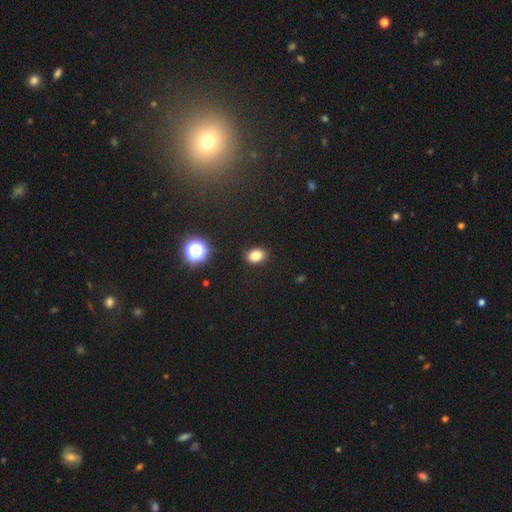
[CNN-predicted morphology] Overall: smooth (81%). How rounded: in between (68%; round 31%). Merging: none (89%).